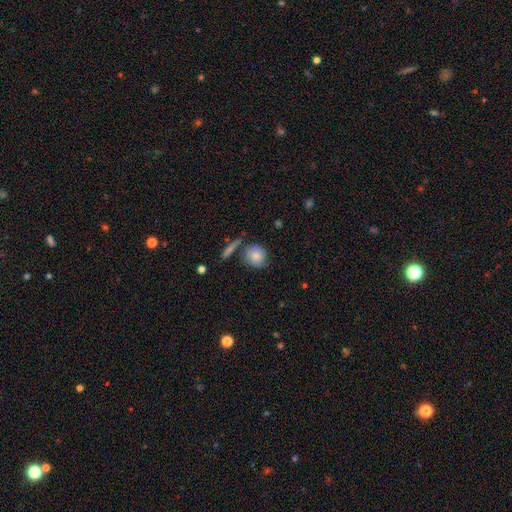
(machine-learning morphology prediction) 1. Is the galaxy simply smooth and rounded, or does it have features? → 72% smooth, 21% featured or disk, 8% star or artifact.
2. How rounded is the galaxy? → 76% round, 21% in between, 3% cigar-shaped.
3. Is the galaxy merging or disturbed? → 58% none, 22% minor disturbance, 12% merger, 8% major disturbance.